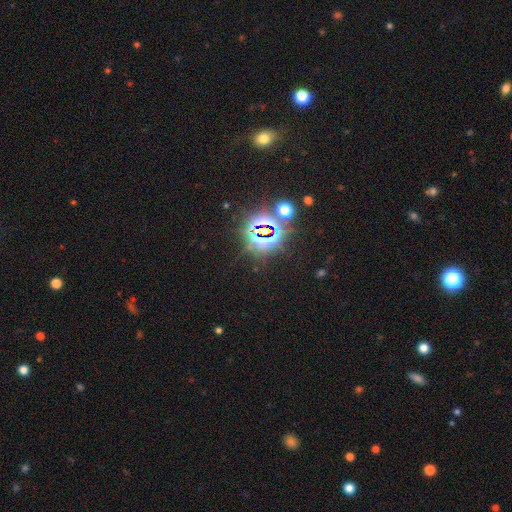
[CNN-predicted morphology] The model was most divided on "smooth or featured": star or artifact: 81%, smooth: 11%, featured or disk: 8%.